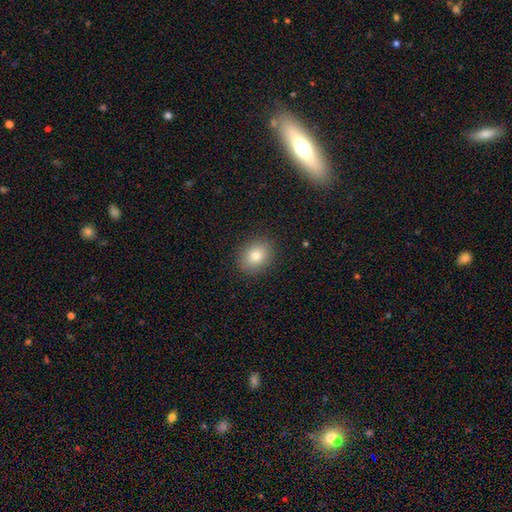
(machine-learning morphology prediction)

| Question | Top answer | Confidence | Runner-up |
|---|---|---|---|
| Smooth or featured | smooth | 80% | star or artifact (11%) |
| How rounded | round | 57% | in between (42%) |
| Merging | none | 89% | minor disturbance (7%) |